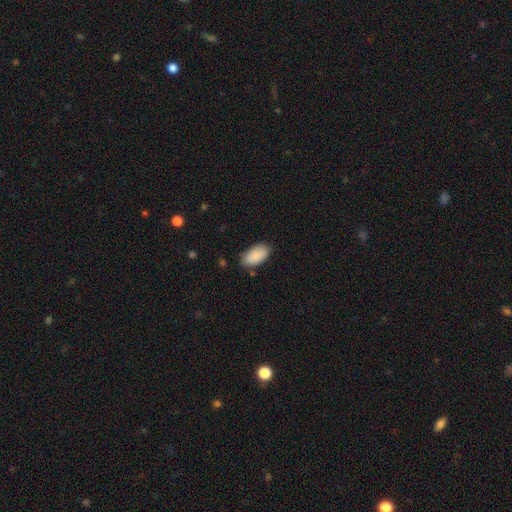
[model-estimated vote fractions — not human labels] This appears to be a smooth galaxy with no disk features (89%) that is in between round and cigar-shaped (94%). Merging: none (82%).